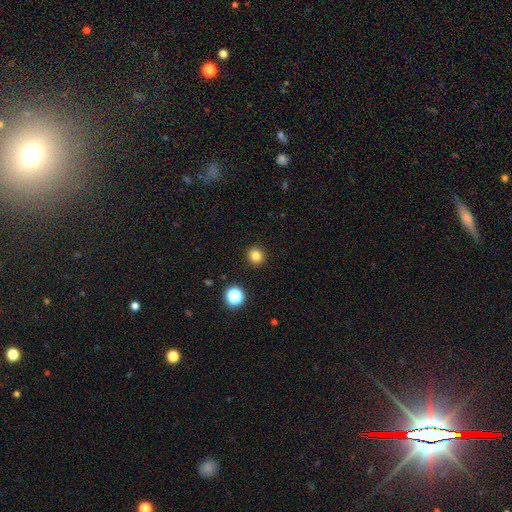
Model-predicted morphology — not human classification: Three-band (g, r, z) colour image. It shows a smooth galaxy with no disk features (81%) that is round (89%). Merging: none (92%).